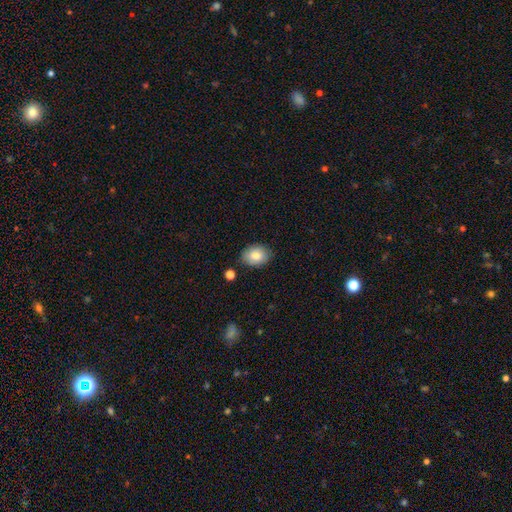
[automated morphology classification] Q: Smooth or featured?
A: smooth (82%); runner-up: featured or disk (10%)
Q: How rounded?
A: in between (64%); runner-up: round (35%)
Q: Merging?
A: none (81%); runner-up: minor disturbance (14%)